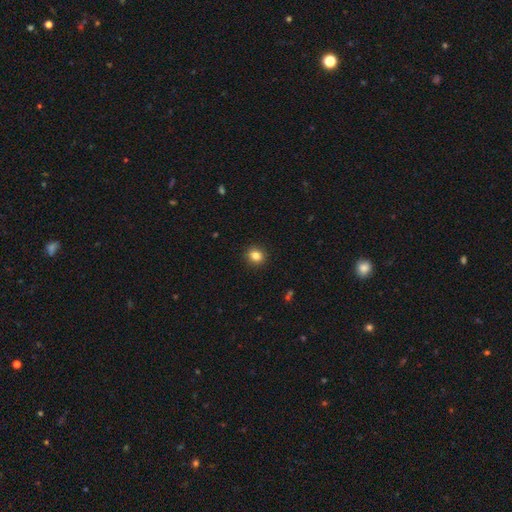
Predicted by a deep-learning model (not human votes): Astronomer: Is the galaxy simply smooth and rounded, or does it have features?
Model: smooth — 84%.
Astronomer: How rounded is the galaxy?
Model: round — 73%.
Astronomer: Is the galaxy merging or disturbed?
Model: none — 91%.